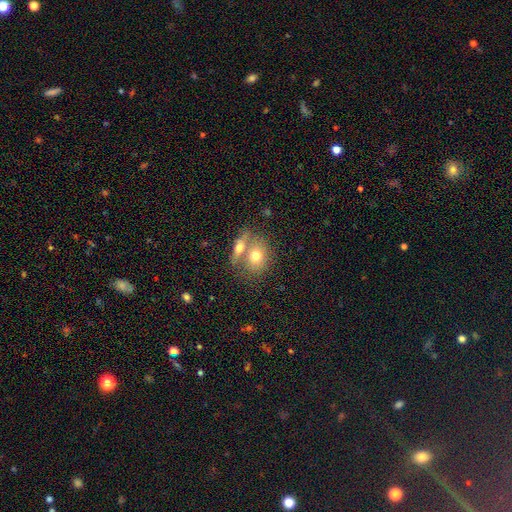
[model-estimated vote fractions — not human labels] smooth-or-featured: smooth: 68% | featured or disk: 23% | star or artifact: 8%
  how-rounded: in between: 53% | round: 44% | cigar-shaped: 3%
  merging: merger: 50% | none: 37% | minor disturbance: 9% | major disturbance: 4%